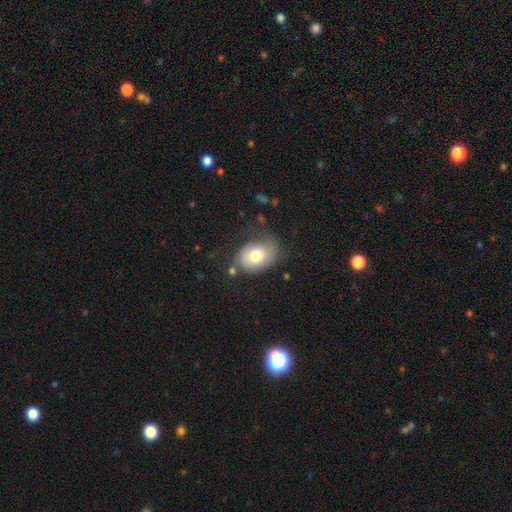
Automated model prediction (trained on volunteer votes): smooth 74%, featured or disk 19%, star or artifact 7%. Down the decision tree: how rounded — in between (76%); merging — none (59%).